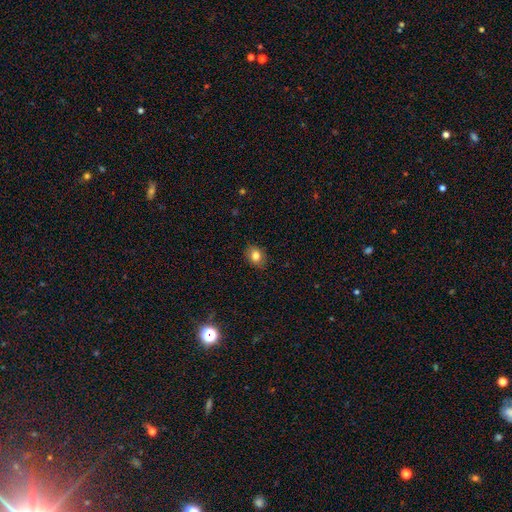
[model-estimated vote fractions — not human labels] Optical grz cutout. It shows a smooth galaxy with no disk features (81%) that is in between round and cigar-shaped (61%). Merging: none (84%).